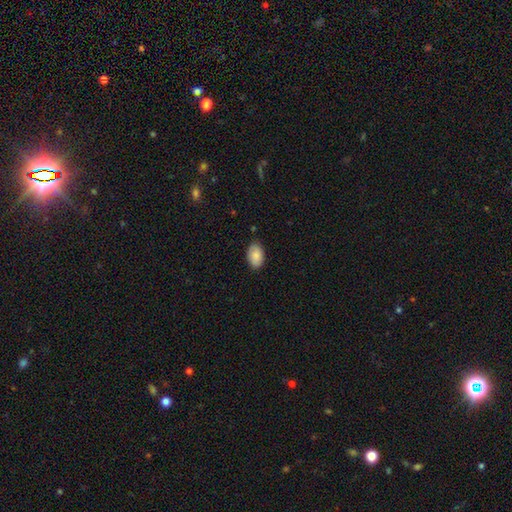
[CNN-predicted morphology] Smooth or featured: smooth — 87% (featured or disk — 7%)
How rounded: in between — 91% (round — 7%)
Merging: none — 83% (minor disturbance — 13%)